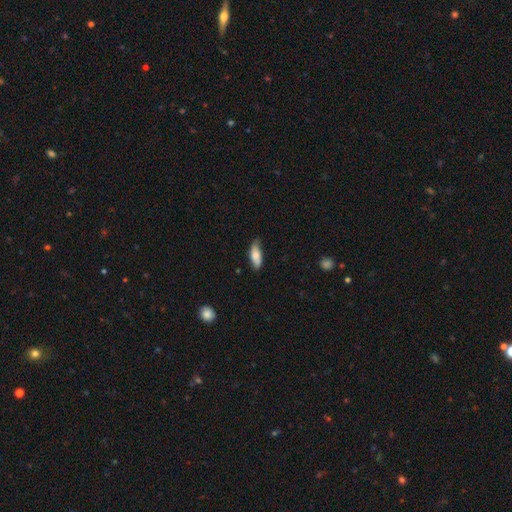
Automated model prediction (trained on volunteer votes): Smooth or featured? Predicted: smooth (p=0.78). How rounded? Predicted: in between (p=0.70). Merging? Predicted: none (p=0.68).